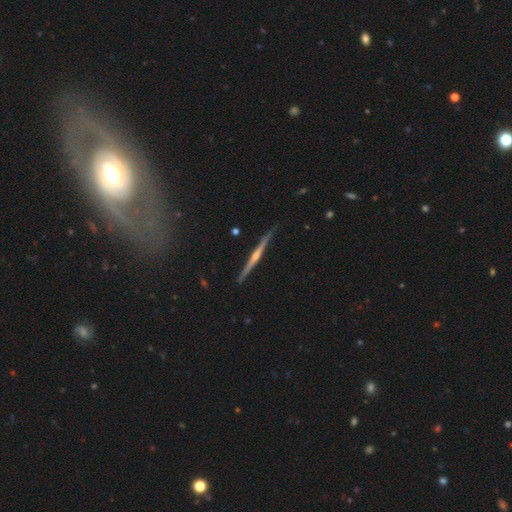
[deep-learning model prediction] smooth-or-featured: featured or disk: 78% | smooth: 16% | star or artifact: 6%
  disk-edge-on: yes: 98% | no: 2%
    edge-on-bulge: rounded: 71% | none: 23% | boxy: 7%
  merging: none: 88% | minor disturbance: 9% | major disturbance: 1% | merger: 1%